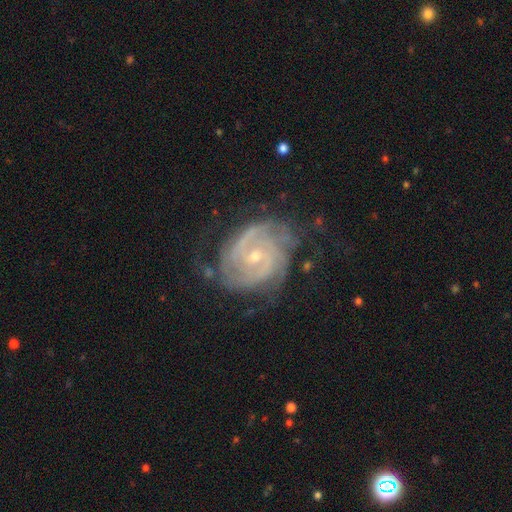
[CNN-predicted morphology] Overall: featured or disk (89%). Edge-on disk: no (97%). Bar: no (57%; weak 34%). Spiral arms: yes (97%). Spiral arm count: 2 (36%; 3 22%). Spiral winding: tight (67%; medium 28%). Bulge size: small (67%; moderate 30%). Merging: none (66%).